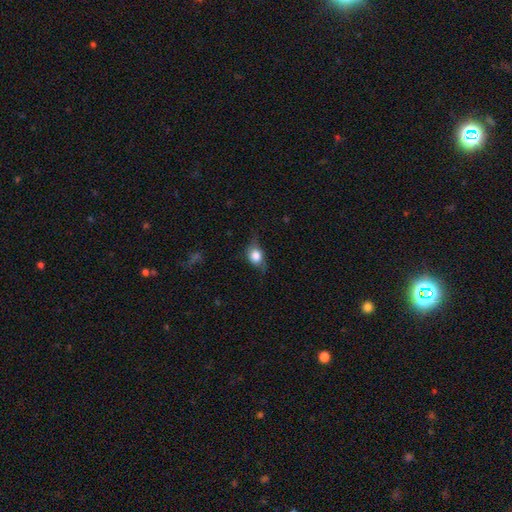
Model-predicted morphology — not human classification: Smooth or featured: smooth — 70% (featured or disk — 21%)
How rounded: in between — 49% (round — 48%)
Merging: none — 56% (minor disturbance — 30%)